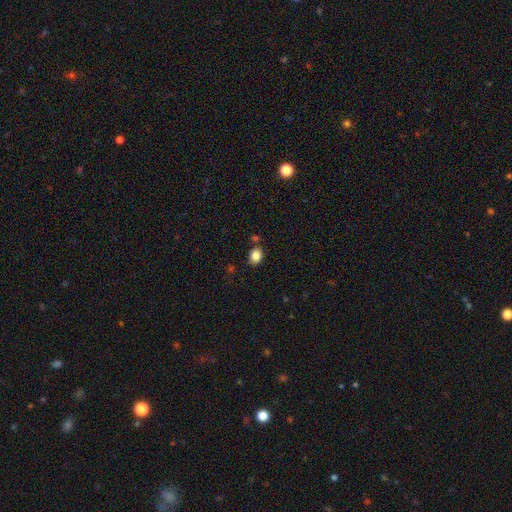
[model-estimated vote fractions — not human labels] The model was most divided on "how rounded": in between: 55%, round: 44%, cigar-shaped: 1%. More confident: smooth or featured — smooth (85%); merging — none (80%).